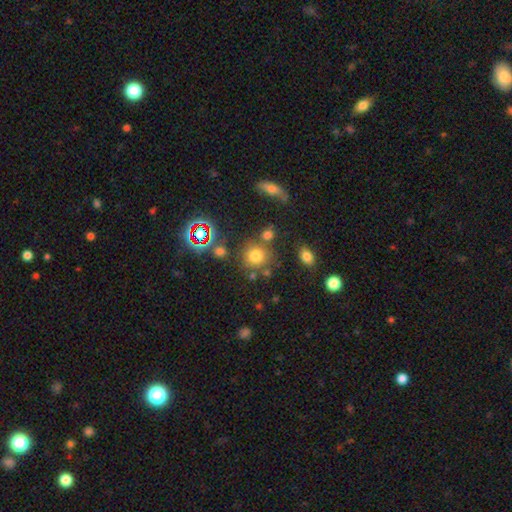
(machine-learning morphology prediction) Smooth or featured? Predicted: smooth (p=0.70). How rounded? Predicted: round (p=0.87). Merging? Predicted: none (p=0.71).